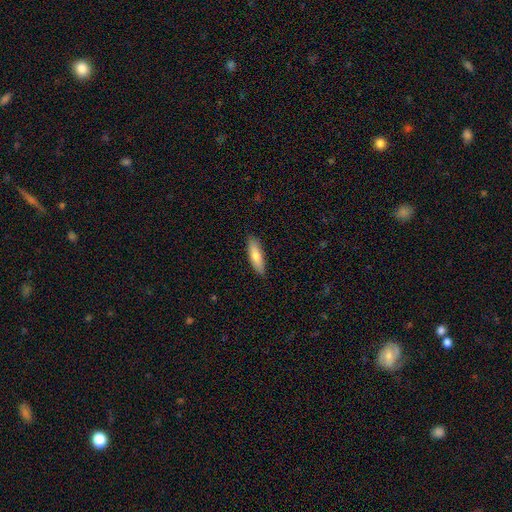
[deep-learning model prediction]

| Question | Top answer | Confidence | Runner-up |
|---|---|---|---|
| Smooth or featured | smooth | 71% | featured or disk (23%) |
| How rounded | cigar-shaped | 61% | in between (37%) |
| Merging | none | 89% | minor disturbance (8%) |